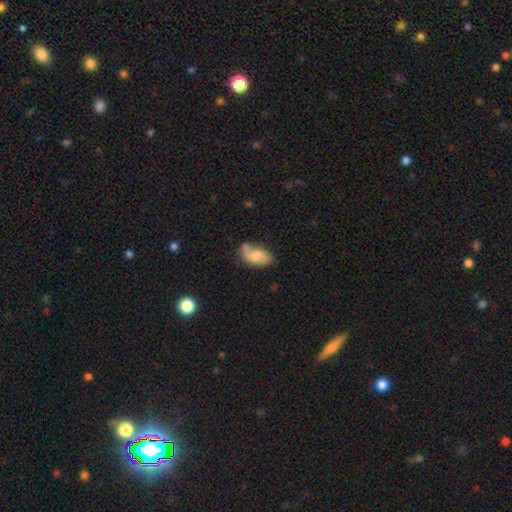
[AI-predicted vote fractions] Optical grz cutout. It shows a smooth galaxy with no disk features (53%) that is in between round and cigar-shaped (91%). Merging: none (52%).